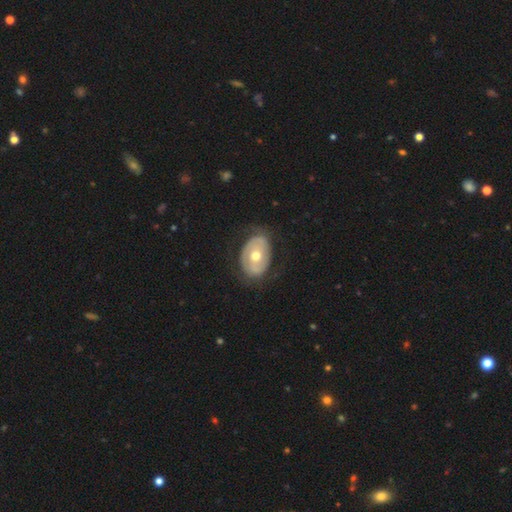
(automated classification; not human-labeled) A featured or disk galaxy (58%) with no bar (72%), no spiral arms (59%) and a moderate central bulge (78%). Merging: none (69%).